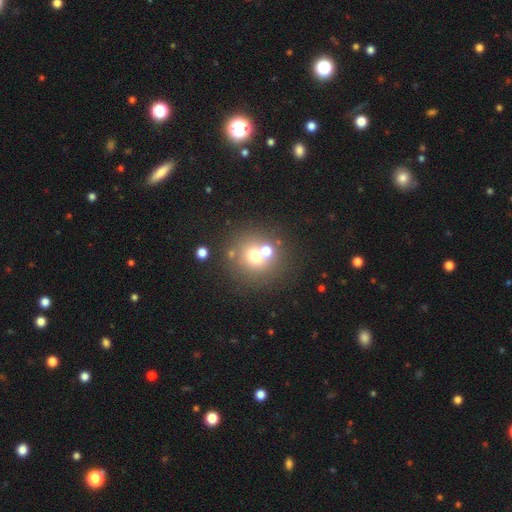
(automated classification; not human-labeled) smooth_or_featured: smooth (p=0.64) [alt: star or artifact p=0.19]
how_rounded: round (p=0.89) [alt: in between p=0.10]
merging: none (p=0.59) [alt: merger p=0.29]